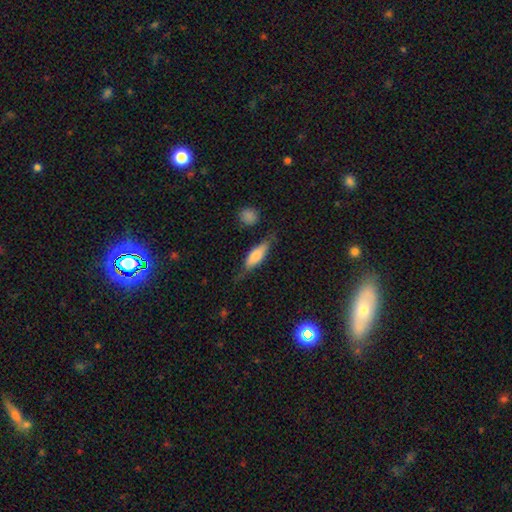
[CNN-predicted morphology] type=smooth (59%); roundness=in between (51%); merging=none (65%).